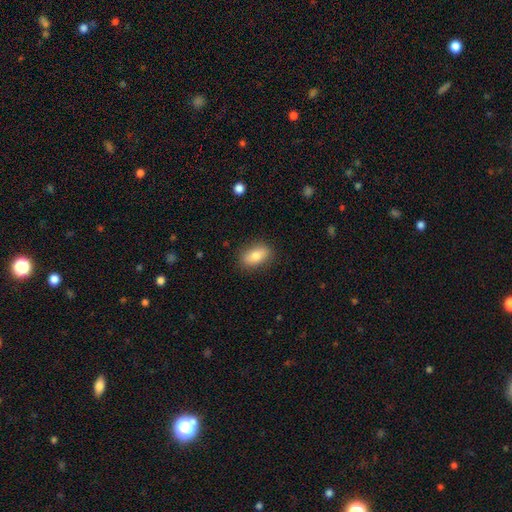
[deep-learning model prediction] Overall: smooth (80%). How rounded: in between (88%). Merging: none (86%).